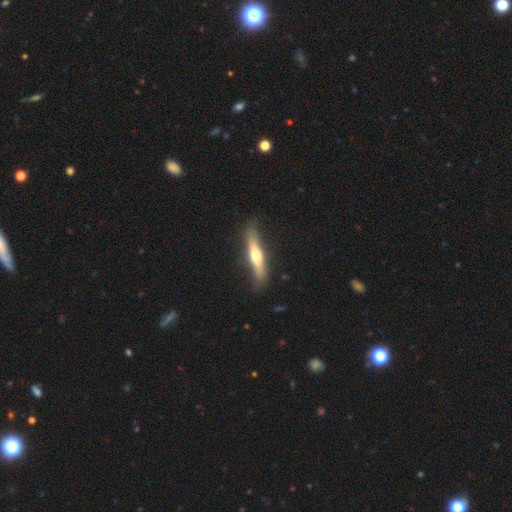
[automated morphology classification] A featured or disk galaxy (56%) viewed edge-on (93%) with a rounded central bulge (89%).

Vote fractions:
- Smooth or featured? featured or disk: 56% / smooth: 39% / star or artifact: 5%
- Edge-on disk? yes: 93% / no: 7%
- Edge-on bulge? rounded: 89% / none: 6% / boxy: 5%
- Merging? none: 83% / minor disturbance: 13% / major disturbance: 3% / merger: 1%